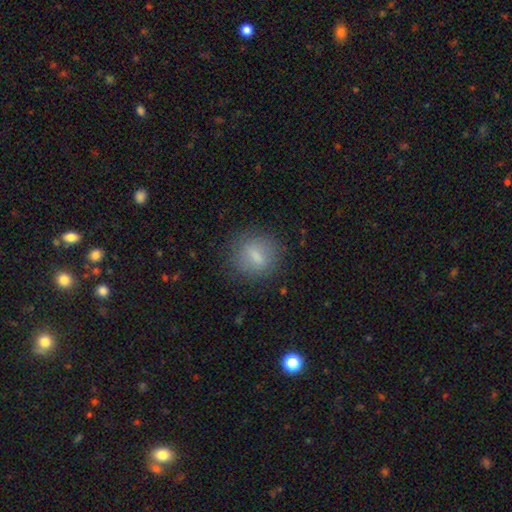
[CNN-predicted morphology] Q: Smooth or featured?
A: smooth (71%); runner-up: featured or disk (19%)
Q: How rounded?
A: round (65%); runner-up: in between (29%)
Q: Merging?
A: none (80%); runner-up: minor disturbance (12%)